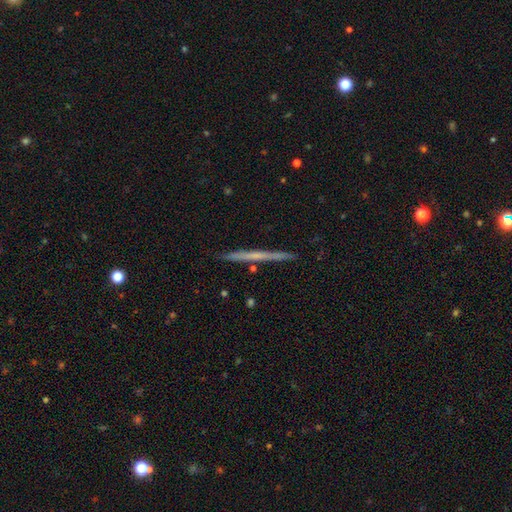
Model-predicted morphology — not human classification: Smooth or featured? Predicted: featured or disk (p=0.54). Edge-on disk? Predicted: yes (p=0.98). Edge-on bulge? Predicted: none (p=0.88). Merging? Predicted: none (p=0.91).